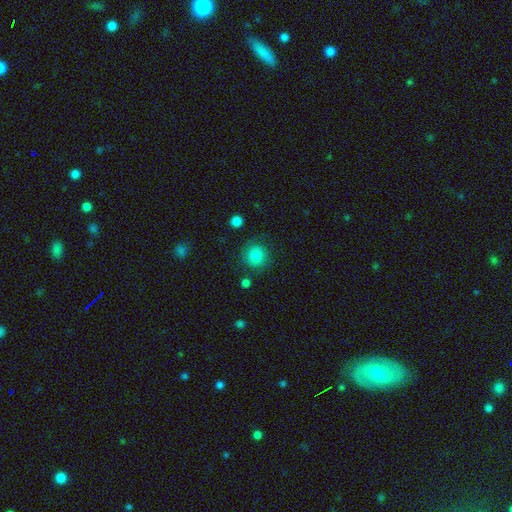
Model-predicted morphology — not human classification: This is clearly a smooth galaxy (84%). How rounded: clearly round (91%). Merging: clearly none (83%).